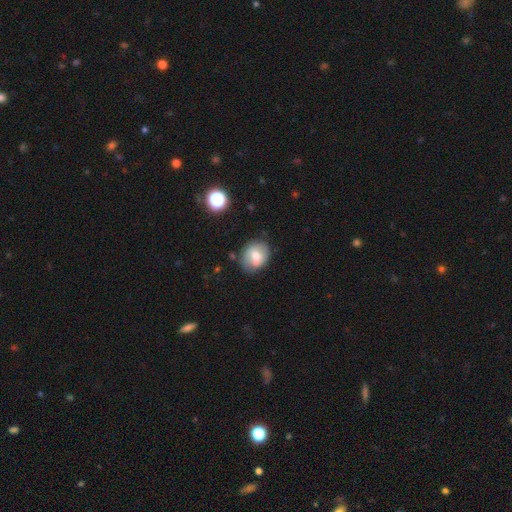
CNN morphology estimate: Q: Smooth or featured?
A: smooth (56%); runner-up: featured or disk (35%)
Q: How rounded?
A: round (50%); runner-up: in between (49%)
Q: Merging?
A: none (58%); runner-up: minor disturbance (21%)